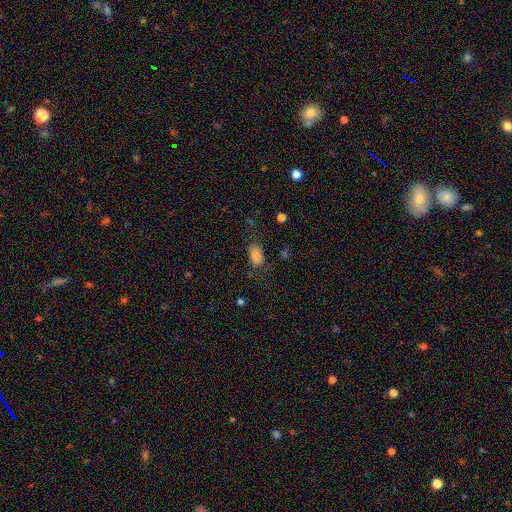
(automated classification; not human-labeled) Morphology: type=smooth (78%); roundness=in between (82%); merging=none (62%).